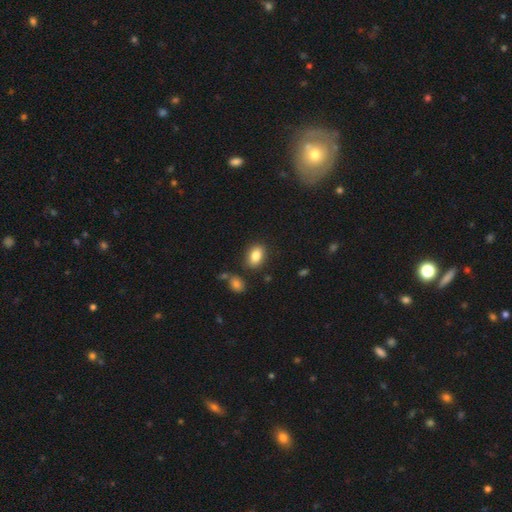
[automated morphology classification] A smooth galaxy with no disk features (84%) that is in between round and cigar-shaped (81%).

Vote fractions:
- Smooth or featured? smooth: 84% / star or artifact: 8% / featured or disk: 7%
- How rounded? in between: 81% / round: 17% / cigar-shaped: 2%
- Merging? none: 84% / minor disturbance: 10% / merger: 4% / major disturbance: 3%